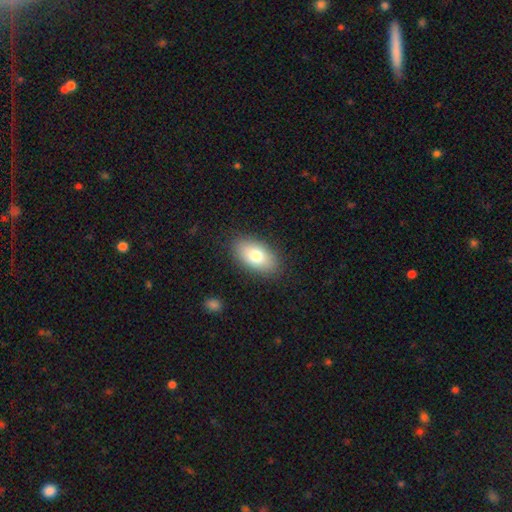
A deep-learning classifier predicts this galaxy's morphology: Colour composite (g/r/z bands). It shows a smooth galaxy with no disk features (77%) that is in between round and cigar-shaped (93%). Merging: none (86%).